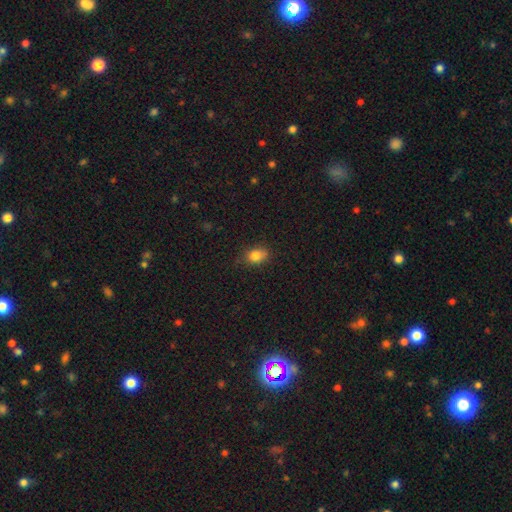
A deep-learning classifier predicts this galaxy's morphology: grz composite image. It shows a smooth galaxy with no disk features (83%) that is in between round and cigar-shaped (65%). Merging: none (77%).